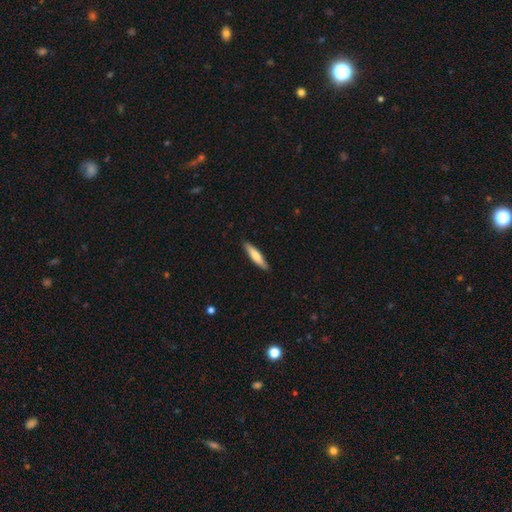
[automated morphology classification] smooth_or_featured: smooth (p=0.69) [alt: featured or disk p=0.25]
how_rounded: cigar-shaped (p=0.83) [alt: in between p=0.16]
merging: none (p=0.90) [alt: minor disturbance p=0.08]